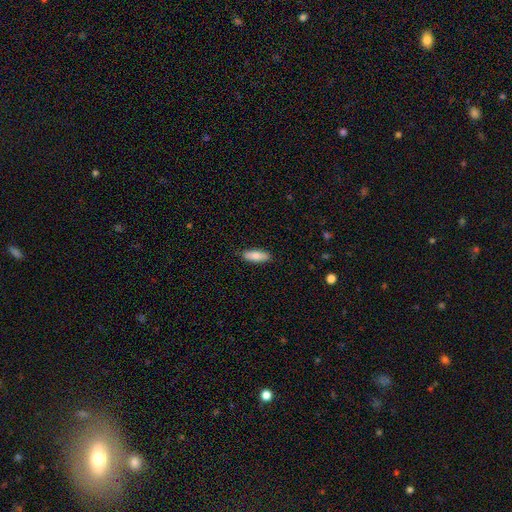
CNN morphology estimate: A smooth galaxy with no disk features (84%) that is in between round and cigar-shaped (61%). Merging: none (88%).